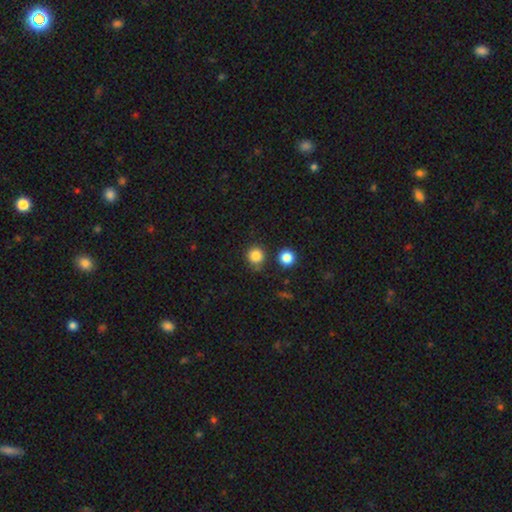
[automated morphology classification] Smooth or featured: smooth — 85% (star or artifact — 11%)
How rounded: round — 93% (in between — 6%)
Merging: none — 83% (minor disturbance — 9%)